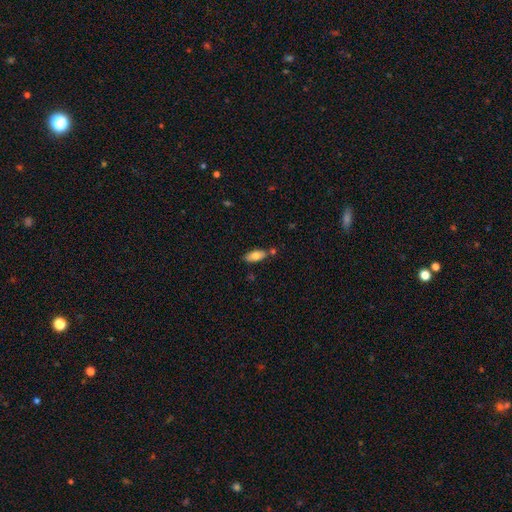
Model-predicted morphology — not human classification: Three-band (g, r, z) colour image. It shows a smooth galaxy with no disk features (77%) that is in between round and cigar-shaped (83%). Merging: none (70%).